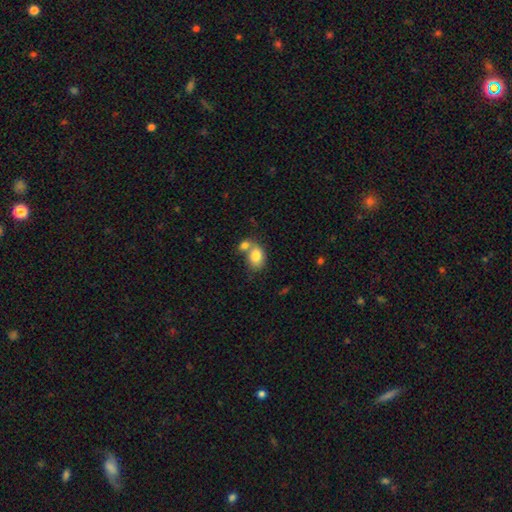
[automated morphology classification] This is likely a smooth galaxy (80%). How rounded: likely in between (66%). Merging: possibly merger (50%).